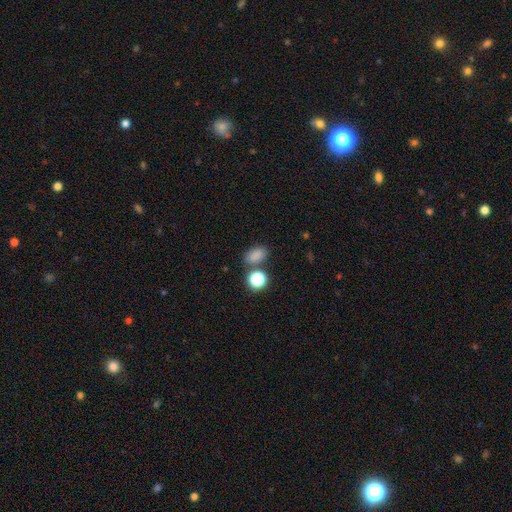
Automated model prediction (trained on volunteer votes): Smooth or featured?
  - smooth: 80% *
  - star or artifact: 14%
  - featured or disk: 5%
How rounded?
  - in between: 78% *
  - round: 20%
  - cigar-shaped: 2%
Merging?
  - none: 71% *
  - merger: 13%
  - minor disturbance: 12%
  - major disturbance: 4%